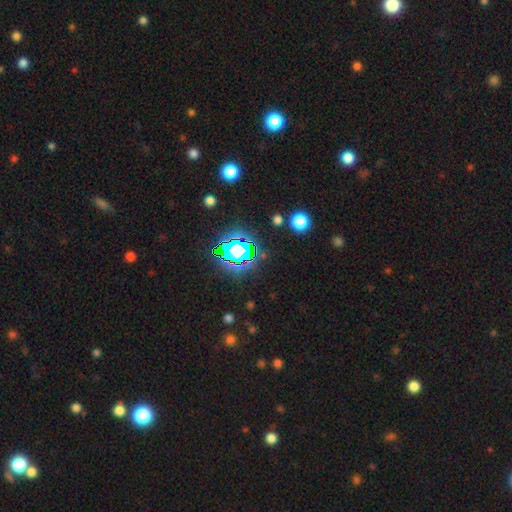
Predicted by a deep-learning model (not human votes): This is likely a star or artifact rather than a galaxy (80%).